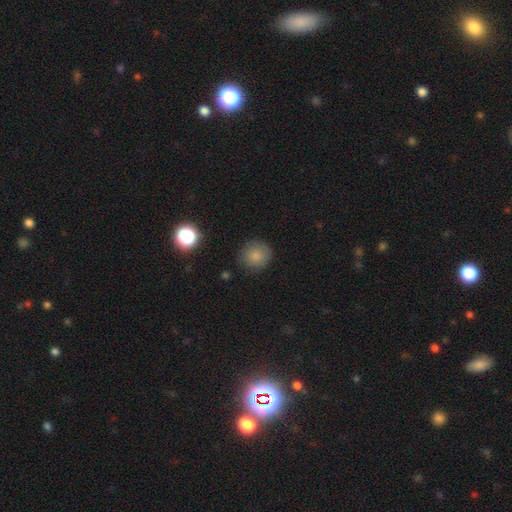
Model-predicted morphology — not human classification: This appears to be a smooth galaxy with no disk features (82%) that is round (90%). Merging: none (85%).